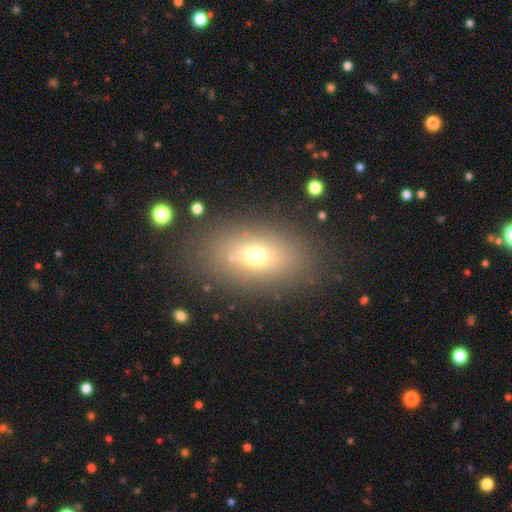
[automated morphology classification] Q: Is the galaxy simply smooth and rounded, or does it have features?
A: smooth — 67%.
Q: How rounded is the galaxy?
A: in between — 80%.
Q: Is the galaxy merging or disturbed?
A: none — 82%.